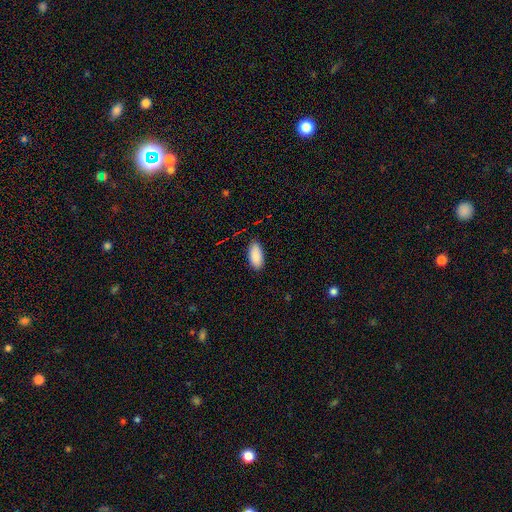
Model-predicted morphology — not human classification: A smooth galaxy with no disk features (90%) that is in between round and cigar-shaped (91%).

Vote fractions:
- Smooth or featured? smooth: 90% / star or artifact: 6% / featured or disk: 3%
- How rounded? in between: 91% / cigar-shaped: 7% / round: 2%
- Merging? none: 86% / minor disturbance: 11% / major disturbance: 2% / merger: 1%